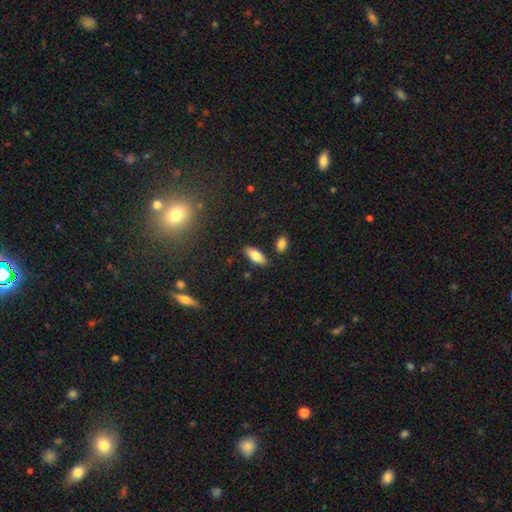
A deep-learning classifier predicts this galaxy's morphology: This is clearly a smooth galaxy (80%). How rounded: clearly in between (81%). Merging: clearly none (84%).